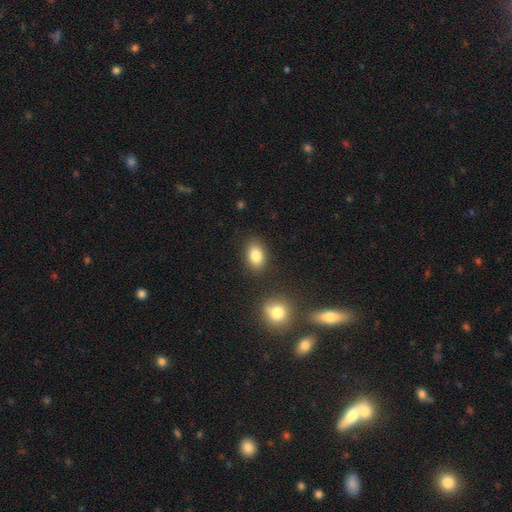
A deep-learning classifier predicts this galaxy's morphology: The model was most divided on "how rounded": in between: 83%, round: 15%, cigar-shaped: 2%. More confident: smooth or featured — smooth (84%); merging — none (83%).